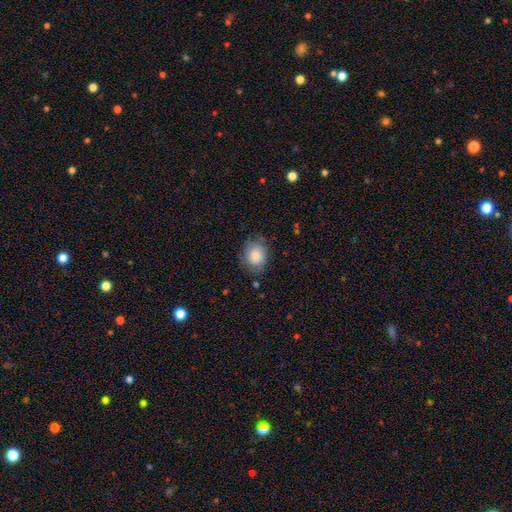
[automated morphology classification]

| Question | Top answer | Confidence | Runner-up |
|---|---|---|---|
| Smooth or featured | smooth | 76% | featured or disk (17%) |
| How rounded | round | 50% | in between (49%) |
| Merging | none | 70% | minor disturbance (21%) |